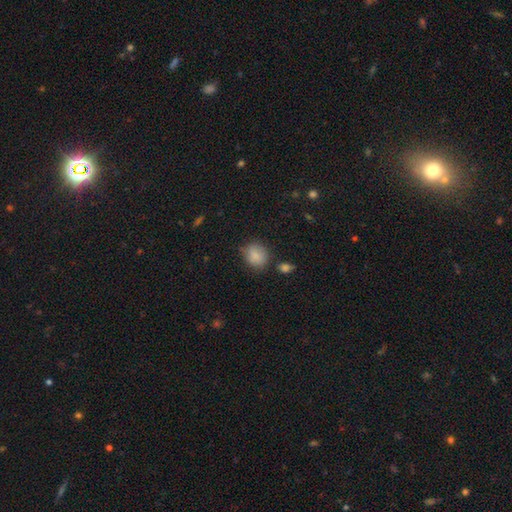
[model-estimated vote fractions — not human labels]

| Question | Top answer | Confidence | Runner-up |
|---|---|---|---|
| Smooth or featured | smooth | 85% | star or artifact (8%) |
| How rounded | round | 63% | in between (35%) |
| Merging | none | 66% | minor disturbance (23%) |